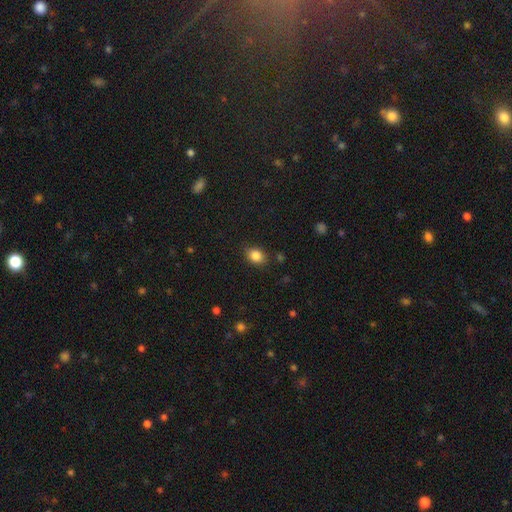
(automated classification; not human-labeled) Morphology: type=smooth (85%); roundness=in between (66%); merging=none (84%).